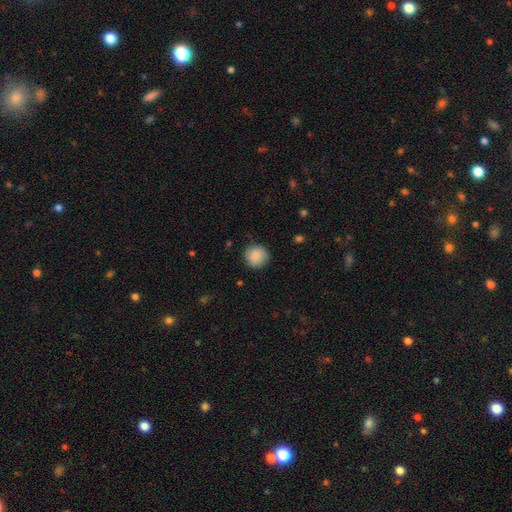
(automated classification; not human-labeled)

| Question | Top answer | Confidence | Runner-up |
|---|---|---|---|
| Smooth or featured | smooth | 87% | star or artifact (7%) |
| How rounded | round | 93% | in between (6%) |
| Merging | none | 86% | minor disturbance (11%) |